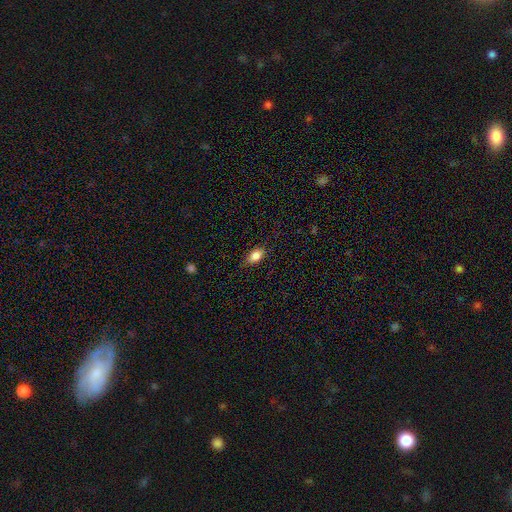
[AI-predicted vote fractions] Smooth or featured: smooth — 84% (star or artifact — 8%)
How rounded: in between — 86% (round — 11%)
Merging: none — 79% (minor disturbance — 16%)